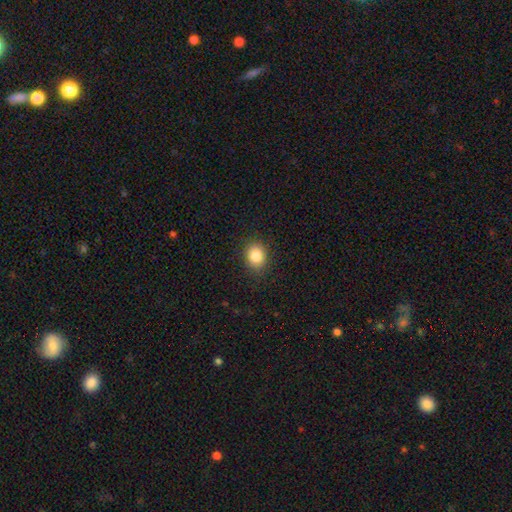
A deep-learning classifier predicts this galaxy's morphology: A smooth galaxy with no disk features (85%) that is round (59%). Merging: none (88%).